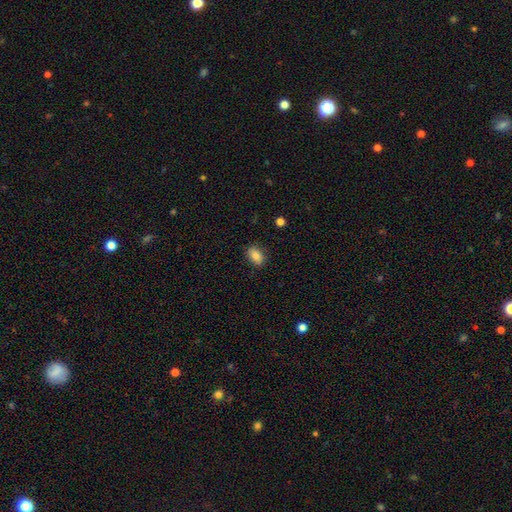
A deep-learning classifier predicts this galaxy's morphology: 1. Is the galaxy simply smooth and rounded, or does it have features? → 84% smooth, 9% star or artifact, 7% featured or disk.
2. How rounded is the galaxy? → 80% in between, 19% round, 2% cigar-shaped.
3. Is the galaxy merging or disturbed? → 86% none, 10% minor disturbance, 2% major disturbance, 1% merger.